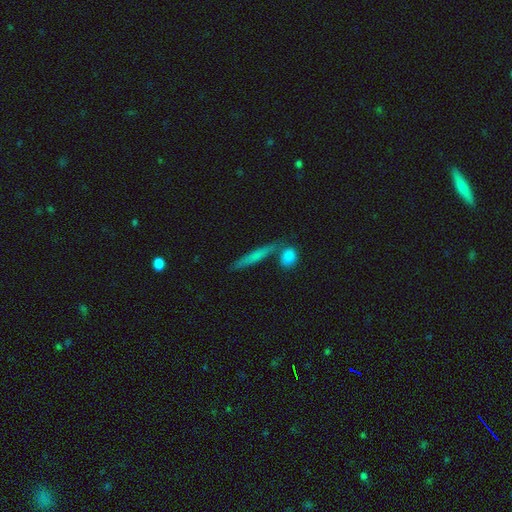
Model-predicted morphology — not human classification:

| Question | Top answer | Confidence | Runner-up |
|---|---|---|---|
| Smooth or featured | smooth | 61% | featured or disk (31%) |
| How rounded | cigar-shaped | 85% | in between (10%) |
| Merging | none | 71% | merger (14%) |